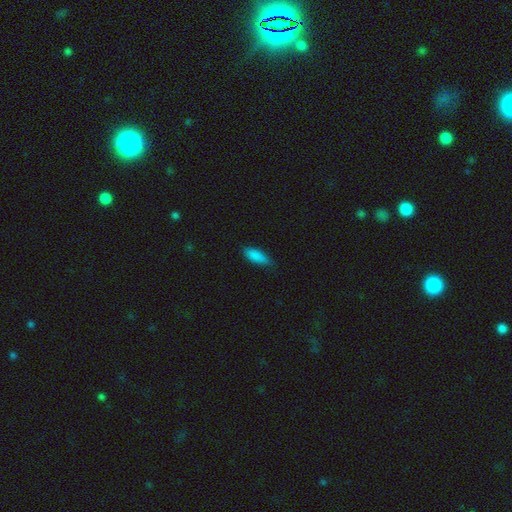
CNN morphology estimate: Q: Smooth or featured?
A: smooth (87%); runner-up: star or artifact (7%)
Q: How rounded?
A: in between (67%); runner-up: cigar-shaped (31%)
Q: Merging?
A: none (75%); runner-up: minor disturbance (21%)